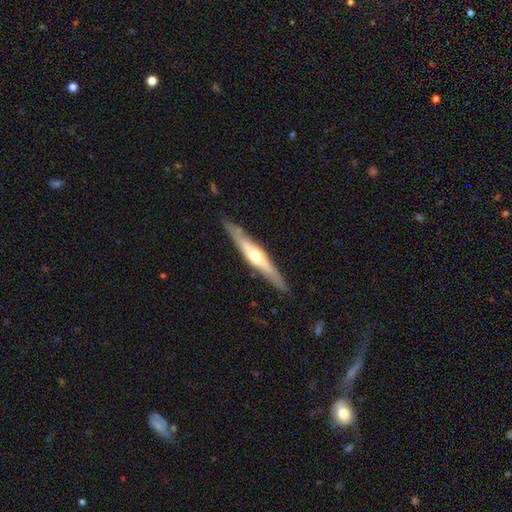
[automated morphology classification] Q: Smooth or featured?
A: featured or disk (65%); runner-up: smooth (30%)
Q: Edge-on disk?
A: yes (92%); runner-up: no (8%)
Q: Edge-on bulge?
A: rounded (85%); runner-up: none (10%)
Q: Merging?
A: none (85%); runner-up: minor disturbance (11%)